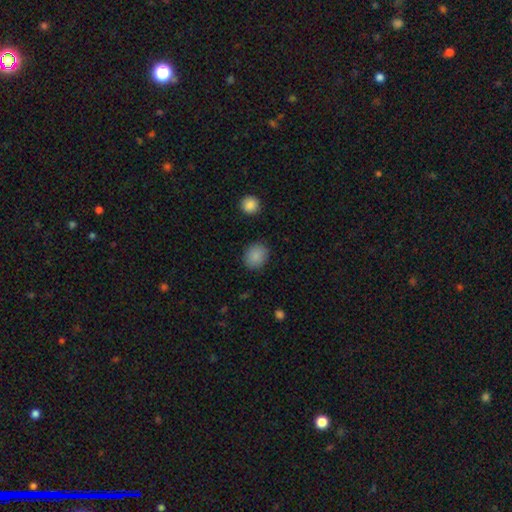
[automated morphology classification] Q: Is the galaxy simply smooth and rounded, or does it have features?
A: smooth — 88%.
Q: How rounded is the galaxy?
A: round — 69%.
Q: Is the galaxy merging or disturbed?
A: none — 87%.